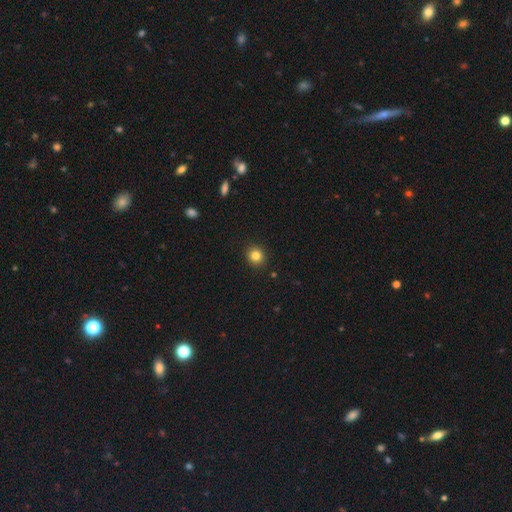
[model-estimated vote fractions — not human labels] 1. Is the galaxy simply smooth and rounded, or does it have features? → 83% smooth, 11% star or artifact, 5% featured or disk.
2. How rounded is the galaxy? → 87% round, 12% in between, 1% cigar-shaped.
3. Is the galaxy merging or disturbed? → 92% none, 6% minor disturbance, 2% major disturbance, 1% merger.